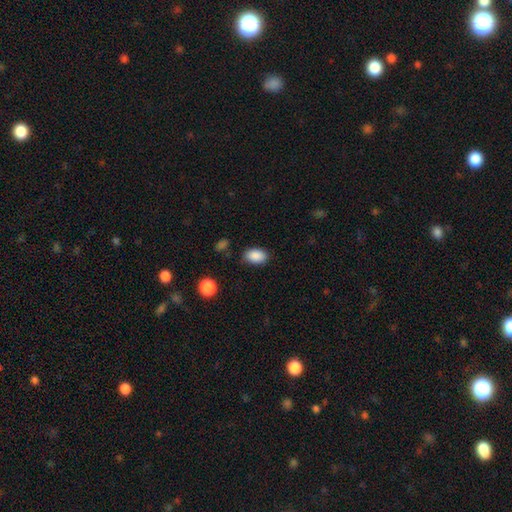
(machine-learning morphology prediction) Smooth or featured? smooth (88%)
How rounded? in between (86%)
Merging? none (82%)